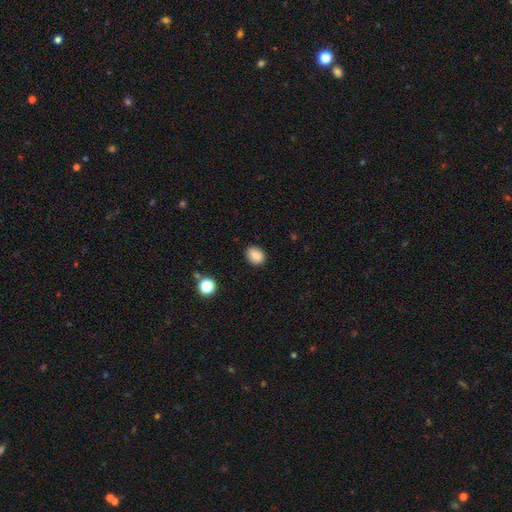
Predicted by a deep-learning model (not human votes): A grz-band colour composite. It shows a smooth galaxy with no disk features (86%) that is round (50%). Merging: none (85%).